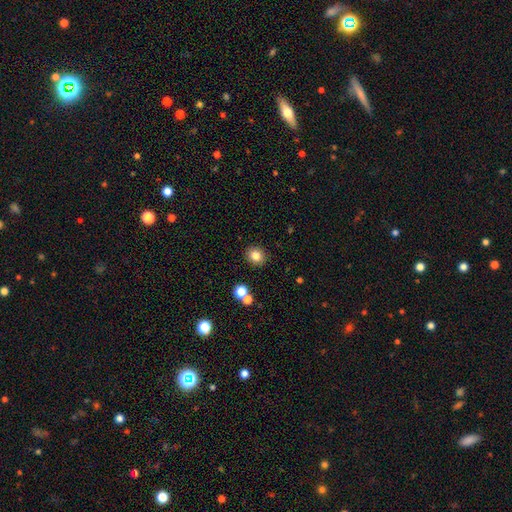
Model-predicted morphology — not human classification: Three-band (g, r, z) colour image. It shows a smooth galaxy with no disk features (82%) that is round (79%). Merging: none (88%).